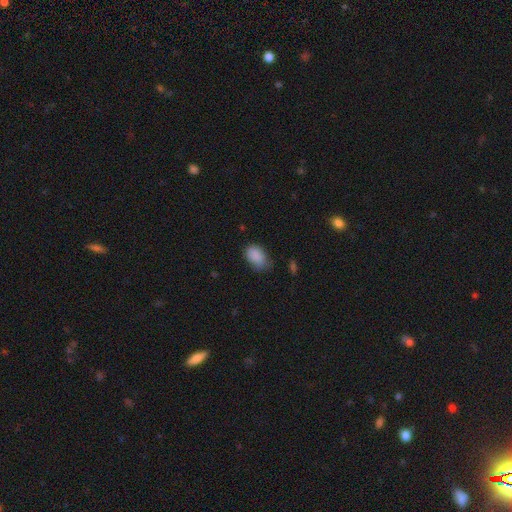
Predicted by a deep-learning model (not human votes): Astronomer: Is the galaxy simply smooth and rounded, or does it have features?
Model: smooth — 87%.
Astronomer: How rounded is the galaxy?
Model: in between — 84%.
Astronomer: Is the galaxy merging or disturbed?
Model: none — 56% (runner-up: minor disturbance, 33%).